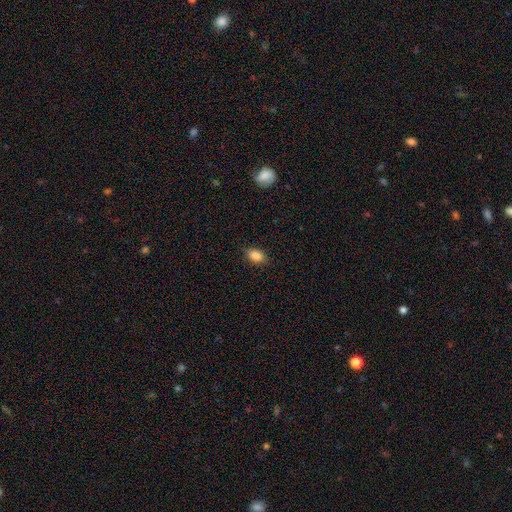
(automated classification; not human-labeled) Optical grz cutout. It shows a smooth galaxy with no disk features (86%) that is in between round and cigar-shaped (86%). Merging: none (87%).